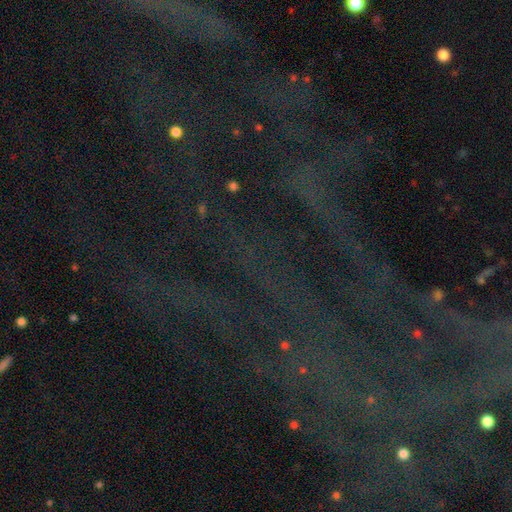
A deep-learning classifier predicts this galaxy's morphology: type=star or artifact (81%).